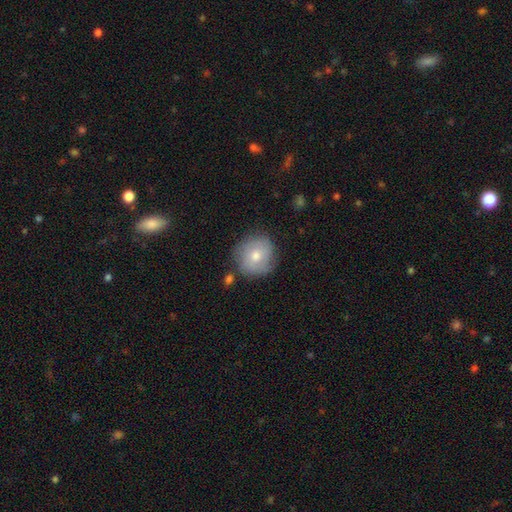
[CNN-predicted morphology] A smooth galaxy with no disk features (56%) that is round (90%). Merging: none (77%).